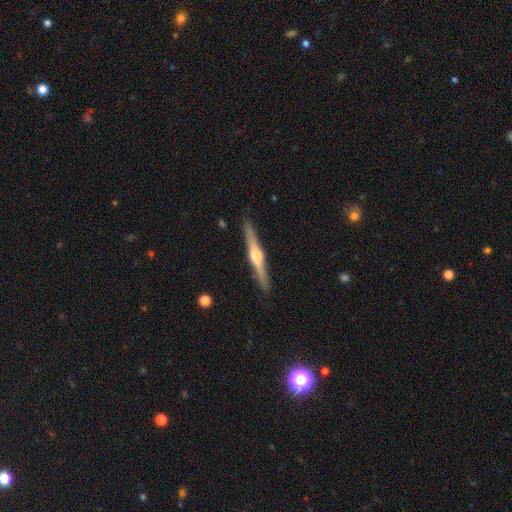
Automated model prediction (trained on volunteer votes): Smooth or featured? featured or disk (78%)
Edge-on disk? yes (98%)
Edge-on bulge? rounded (90%)
Merging? none (91%)